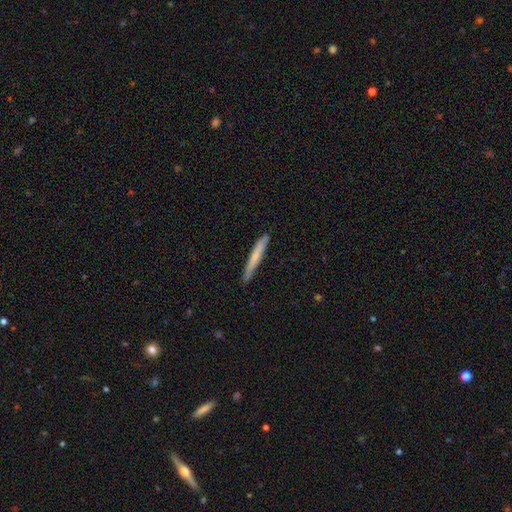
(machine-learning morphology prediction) A smooth galaxy with no disk features (61%) that is cigar-shaped (96%).

Vote fractions:
- Smooth or featured? smooth: 61% / featured or disk: 33% / star or artifact: 6%
- How rounded? cigar-shaped: 96% / in between: 2% / round: 1%
- Merging? none: 87% / minor disturbance: 11% / major disturbance: 2% / merger: 1%